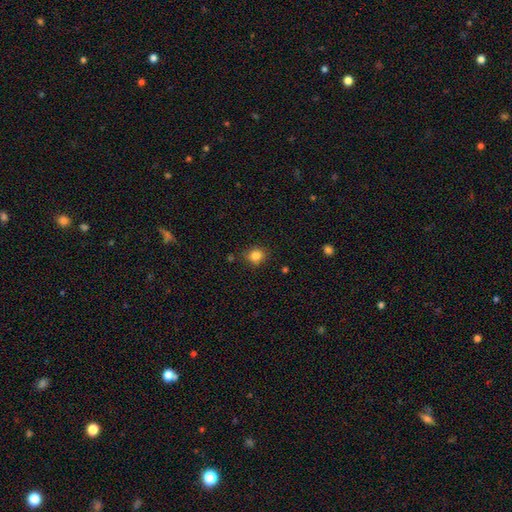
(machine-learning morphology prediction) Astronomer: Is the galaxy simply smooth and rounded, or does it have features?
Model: smooth — 84%.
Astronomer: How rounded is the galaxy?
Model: round — 78%.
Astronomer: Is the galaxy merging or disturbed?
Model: none — 83%.